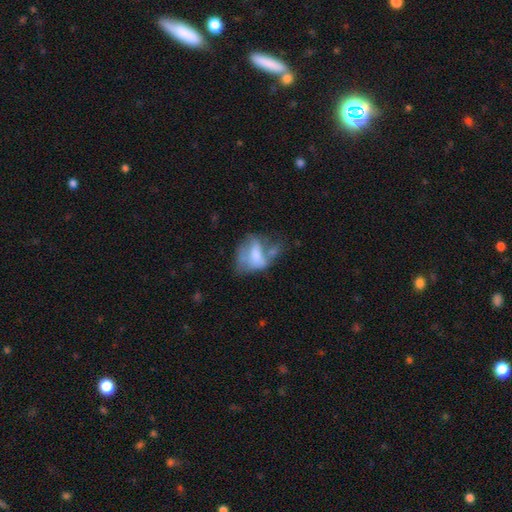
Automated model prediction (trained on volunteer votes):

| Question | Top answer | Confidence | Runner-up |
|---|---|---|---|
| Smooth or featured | smooth | 48% | featured or disk (43%) |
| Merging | major disturbance | 32% | merger (25%) |